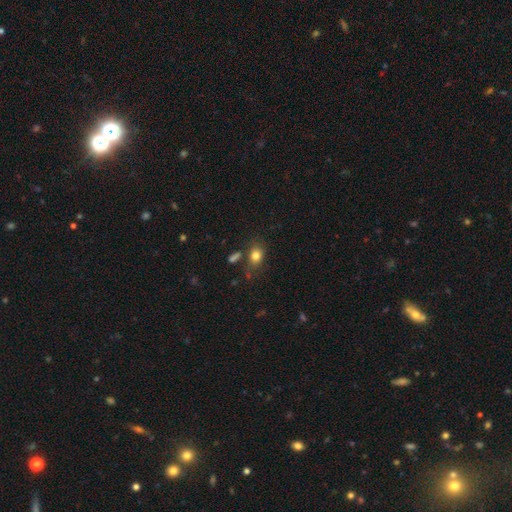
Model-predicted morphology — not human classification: A smooth galaxy with no disk features (80%) that is in between round and cigar-shaped (61%). Merging: none (65%).